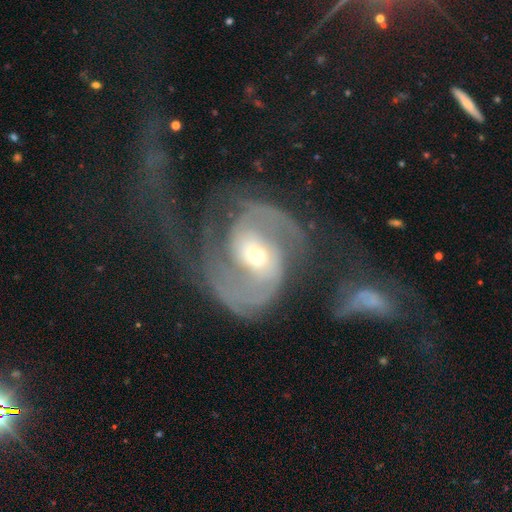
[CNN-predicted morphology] This is clearly a featured or disk galaxy (90%). It is clearly not viewed edge-on (98%). Bar: possibly no (52%). Spiral arm pattern: clearly yes (97%). Spiral arm count: clearly 2 (84%). Spiral winding: possibly medium (49%). Central bulge: possibly small (59%). Merging: marginally none (43%).